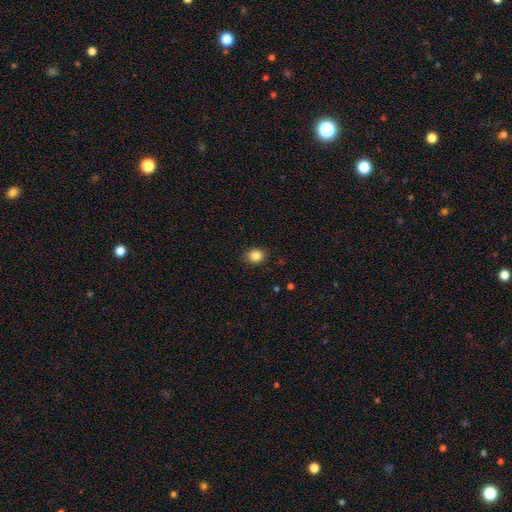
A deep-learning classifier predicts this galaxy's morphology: This is clearly a smooth galaxy (86%). How rounded: possibly round (60%). Merging: clearly none (88%).